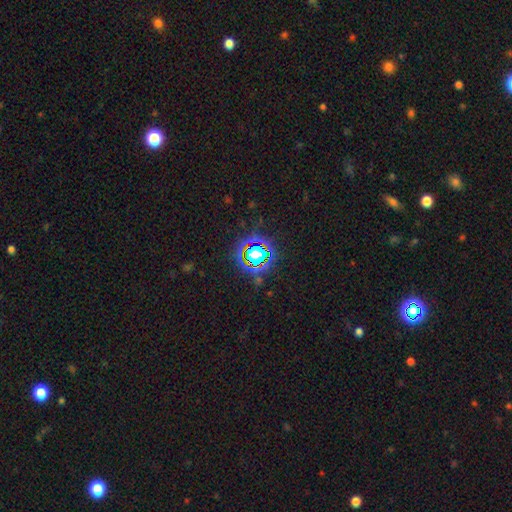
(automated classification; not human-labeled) This is likely a star or artifact rather than a galaxy (67%).